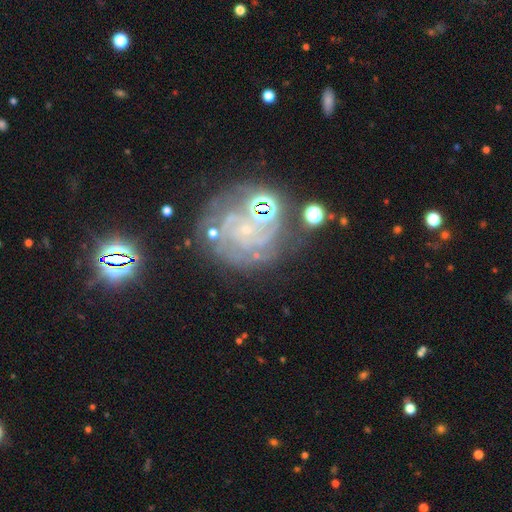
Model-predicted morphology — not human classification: Smooth or featured? featured or disk (79%)
Edge-on disk? no (98%)
Bar? no (73%)
Spiral arms? yes (93%)
Spiral winding? tight (65%)
Spiral arm count? can't tell (29%)
Bulge size? small (78%)
Merging? none (63%)